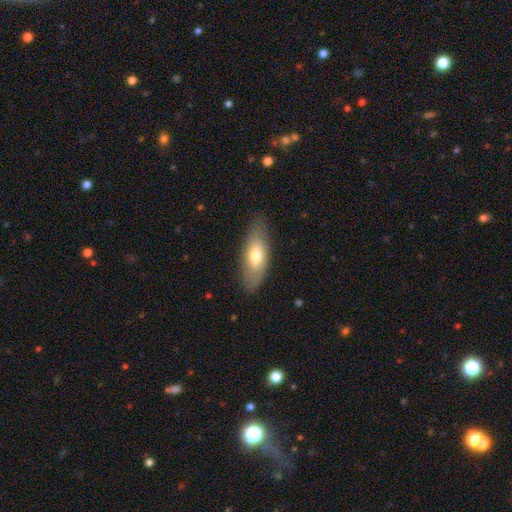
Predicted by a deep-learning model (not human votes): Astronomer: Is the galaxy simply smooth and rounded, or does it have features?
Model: smooth — 66%.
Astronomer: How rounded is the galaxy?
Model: in between — 75%.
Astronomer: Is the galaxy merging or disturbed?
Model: none — 82%.